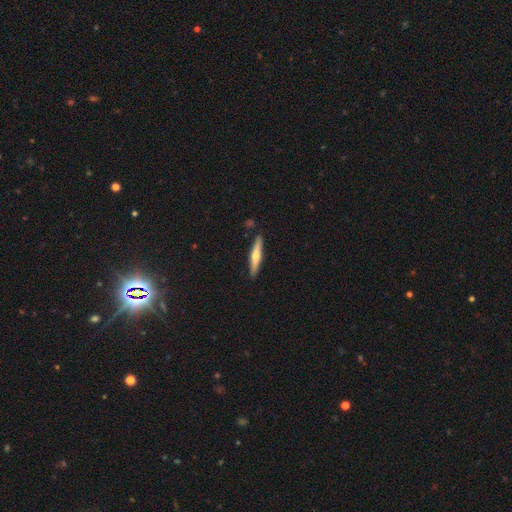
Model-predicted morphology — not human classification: This appears to be a featured or disk galaxy (48%). Merging: none (88%).